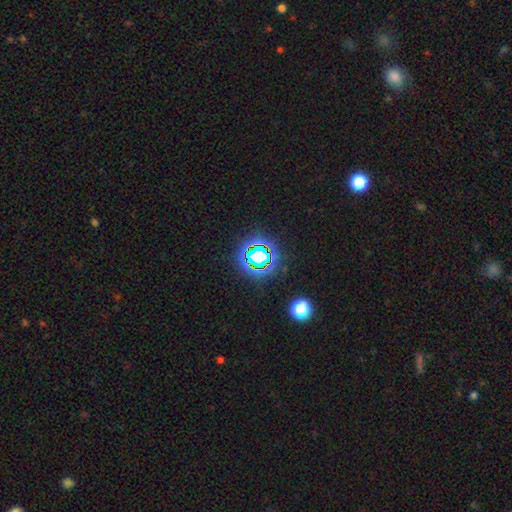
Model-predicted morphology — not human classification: type=star or artifact (77%).